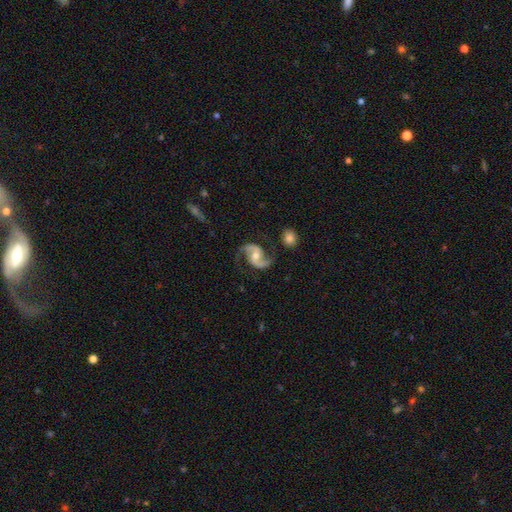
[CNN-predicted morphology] Smooth or featured?
  - featured or disk: 91% *
  - smooth: 4%
  - star or artifact: 4%
Edge-on disk?
  - no: 98% *
  - yes: 2%
Bar?
  - no: 42% *
  - weak: 39%
  - strong: 19%
Spiral arms?
  - yes: 98% *
  - no: 2%
Spiral winding?
  - medium: 48% *
  - loose: 42%
  - tight: 11%
Spiral arm count?
  - 2: 94% *
  - can't tell: 2%
  - 1: 1%
  - 3: 1%
  - 4: 1%
  - more than 4: 1%
Bulge size?
  - moderate: 63% *
  - small: 30%
  - large: 4%
  - none: 2%
  - dominant: 1%
Merging?
  - none: 78% *
  - minor disturbance: 14%
  - major disturbance: 6%
  - merger: 3%